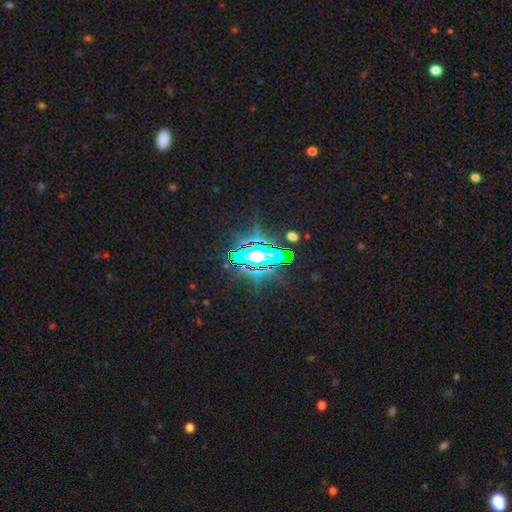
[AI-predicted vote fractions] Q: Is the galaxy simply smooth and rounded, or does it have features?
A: star or artifact — 76%.